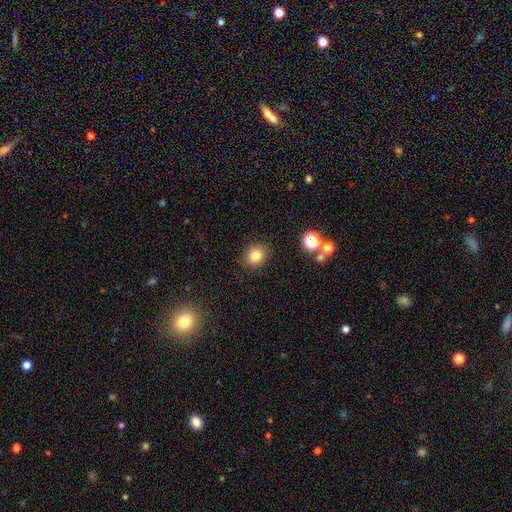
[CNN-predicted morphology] Q: Smooth or featured?
A: smooth (81%); runner-up: star or artifact (12%)
Q: How rounded?
A: round (69%); runner-up: in between (30%)
Q: Merging?
A: none (87%); runner-up: minor disturbance (8%)